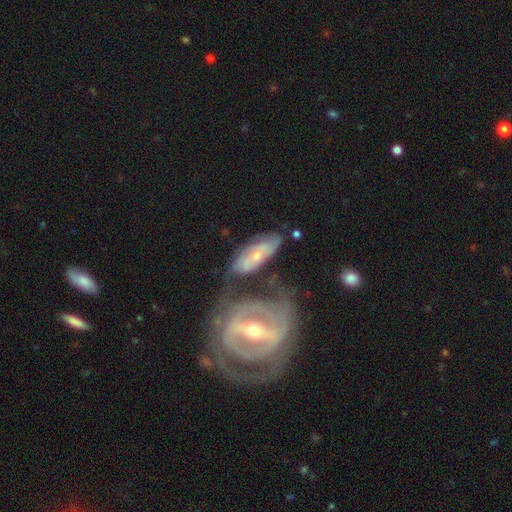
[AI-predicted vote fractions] Smooth or featured?
  - featured or disk: 71% *
  - smooth: 23%
  - star or artifact: 7%
Edge-on disk?
  - no: 87% *
  - yes: 13%
Bar?
  - no: 45% *
  - weak: 34%
  - strong: 22%
Spiral arms?
  - yes: 76% *
  - no: 24%
Bulge size?
  - small: 52% *
  - moderate: 41%
  - none: 3%
  - large: 3%
  - dominant: 1%
Merging?
  - none: 42% *
  - merger: 30%
  - minor disturbance: 18%
  - major disturbance: 10%